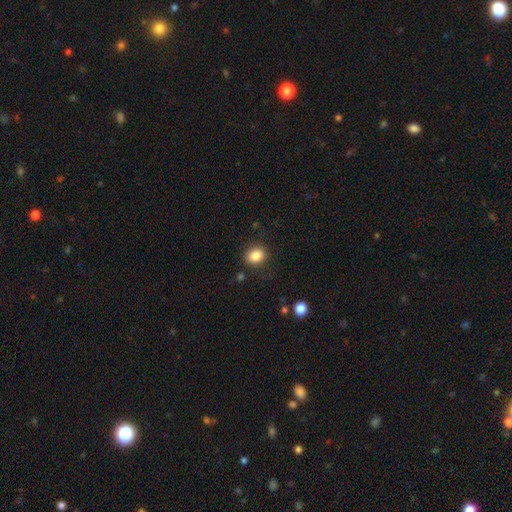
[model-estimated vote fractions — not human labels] smooth_or_featured: smooth (p=0.86) [alt: star or artifact p=0.10]
how_rounded: round (p=0.57) [alt: in between p=0.42]
merging: none (p=0.84) [alt: minor disturbance p=0.11]